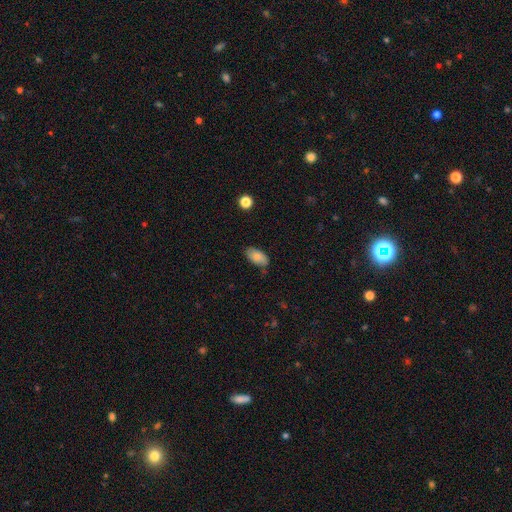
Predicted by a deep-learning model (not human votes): smooth 81%, featured or disk 11%, star or artifact 8%. Down the decision tree: how rounded — in between (94%); merging — none (71%).